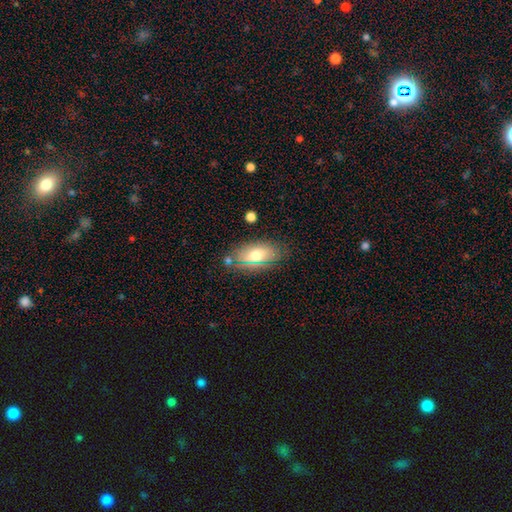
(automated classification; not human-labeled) Smooth or featured? Predicted: smooth (p=0.64). How rounded? Predicted: in between (p=0.88). Merging? Predicted: none (p=0.77).